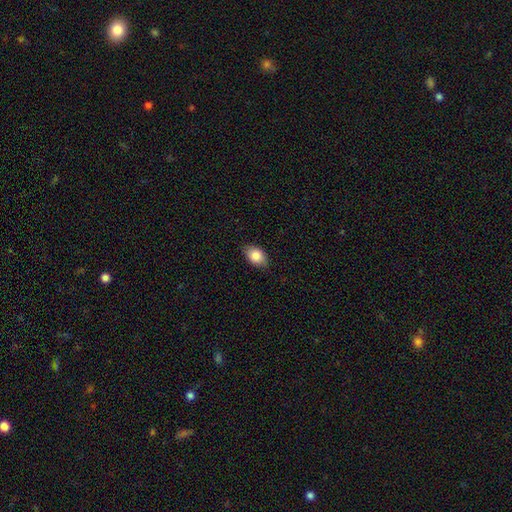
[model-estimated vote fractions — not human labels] Q: Smooth or featured?
A: smooth (85%); runner-up: star or artifact (8%)
Q: How rounded?
A: in between (84%); runner-up: round (14%)
Q: Merging?
A: none (83%); runner-up: minor disturbance (14%)